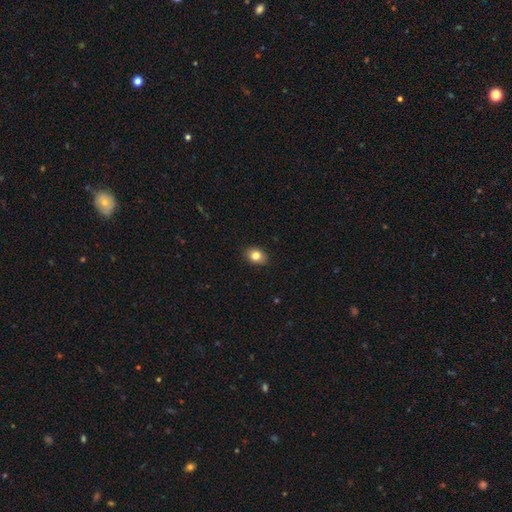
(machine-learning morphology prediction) A smooth galaxy with no disk features (81%) that is in between round and cigar-shaped (66%).

Vote fractions:
- Smooth or featured? smooth: 81% / star or artifact: 10% / featured or disk: 9%
- How rounded? in between: 66% / round: 33% / cigar-shaped: 1%
- Merging? none: 88% / minor disturbance: 9% / major disturbance: 2% / merger: 1%